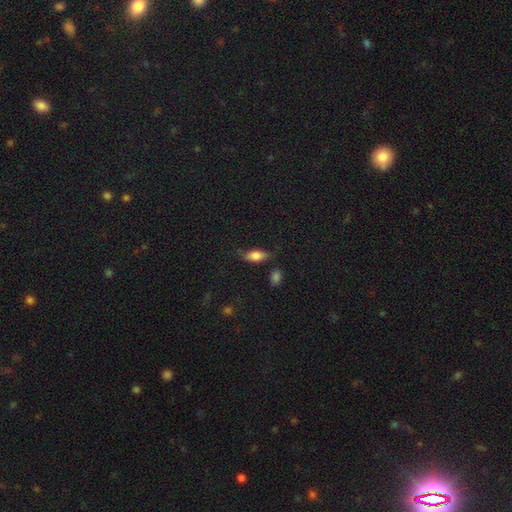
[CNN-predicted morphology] smooth_or_featured: smooth (p=0.76) [alt: featured or disk p=0.16]
how_rounded: in between (p=0.81) [alt: cigar-shaped p=0.15]
merging: none (p=0.71) [alt: minor disturbance p=0.20]